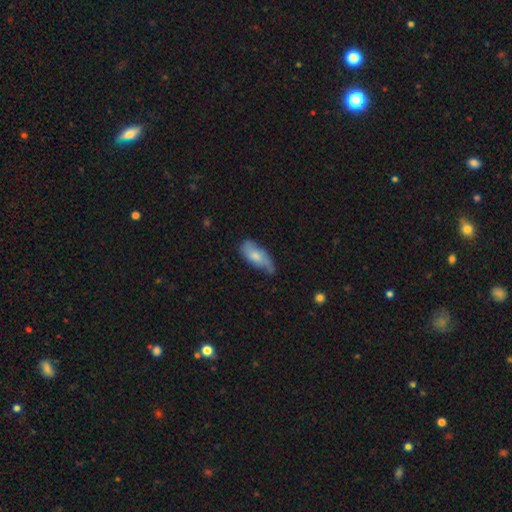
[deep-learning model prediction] A smooth galaxy with no disk features (67%) that is in between round and cigar-shaped (85%). Merging: minor disturbance (43%).